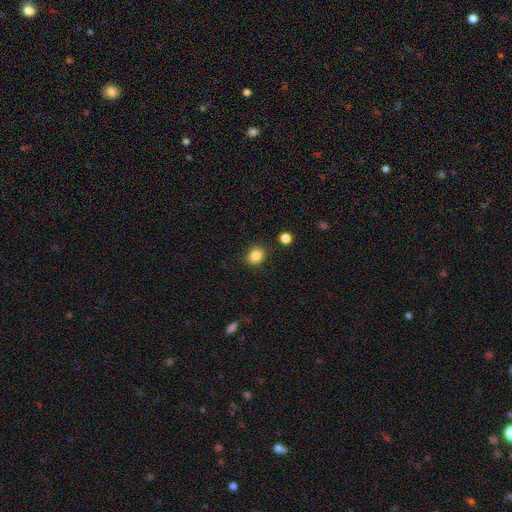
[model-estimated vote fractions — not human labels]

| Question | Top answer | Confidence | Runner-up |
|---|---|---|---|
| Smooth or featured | smooth | 84% | star or artifact (11%) |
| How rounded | round | 77% | in between (22%) |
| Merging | none | 87% | minor disturbance (8%) |